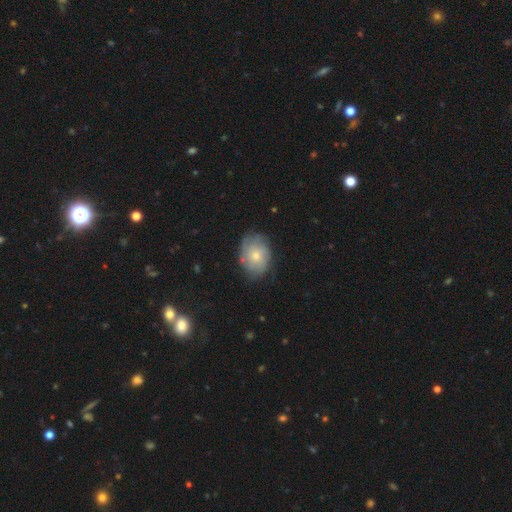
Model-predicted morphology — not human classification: The model was most divided on "smooth or featured": smooth: 58%, featured or disk: 35%, star or artifact: 7%. More confident: merging — none (68%); how rounded — in between (66%).